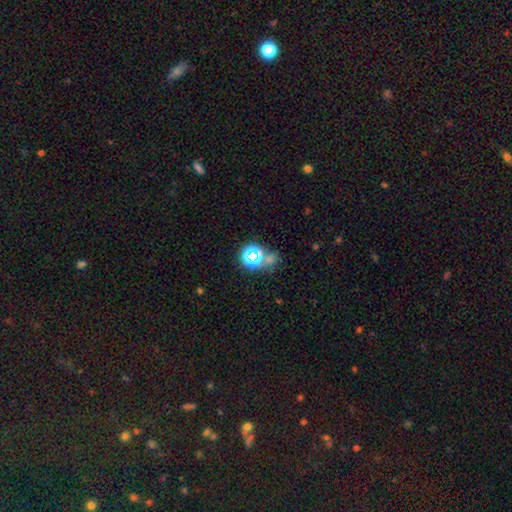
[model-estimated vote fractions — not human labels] Smooth or featured? smooth (55%)
How rounded? round (84%)
Merging? none (58%)